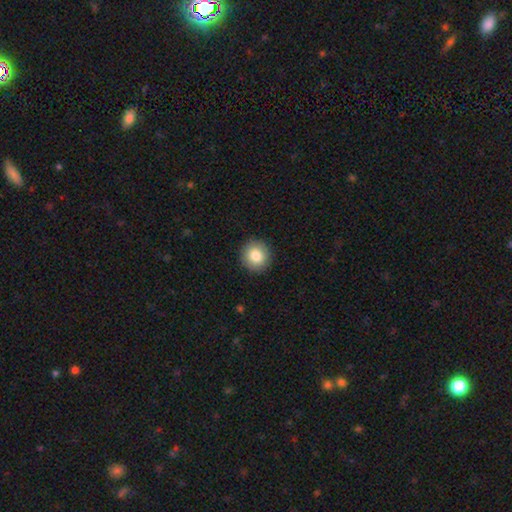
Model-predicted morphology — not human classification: A smooth galaxy with no disk features (83%) that is round (90%).

Vote fractions:
- Smooth or featured? smooth: 83% / star or artifact: 9% / featured or disk: 9%
- How rounded? round: 90% / in between: 9% / cigar-shaped: 1%
- Merging? none: 92% / minor disturbance: 6% / major disturbance: 2% / merger: 1%